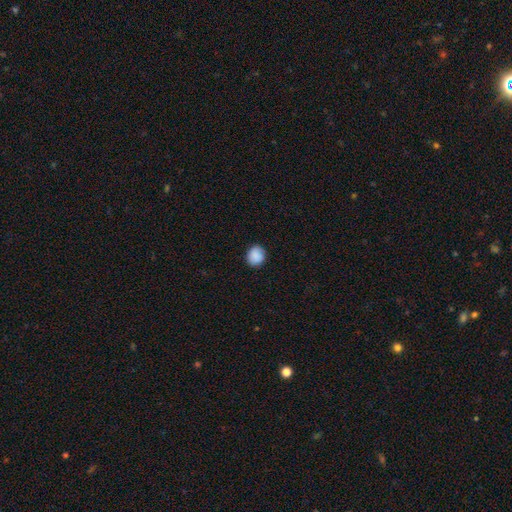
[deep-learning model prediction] This is clearly a smooth galaxy (89%). How rounded: likely round (74%). Merging: clearly none (88%).